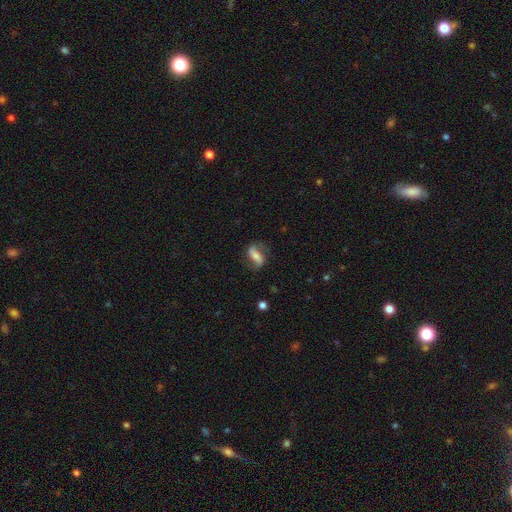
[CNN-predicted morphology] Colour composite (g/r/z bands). It shows a featured or disk galaxy (61%) with a strong bar (46%), spiral arms (86%) and a moderate central bulge (43%). Merging: none (72%).